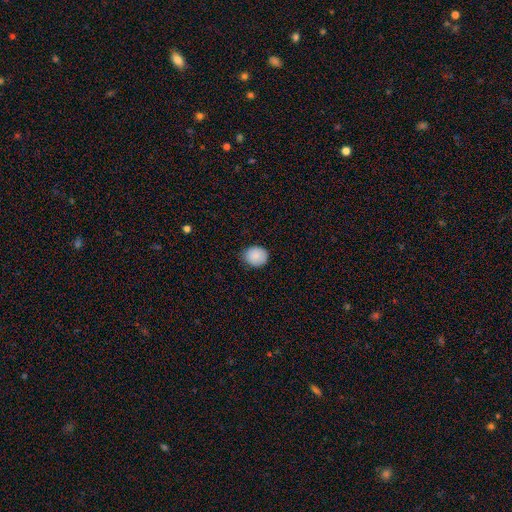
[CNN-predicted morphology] The model was most divided on "how rounded": round: 70%, in between: 29%, cigar-shaped: 1%. More confident: smooth or featured — smooth (88%); merging — none (81%).